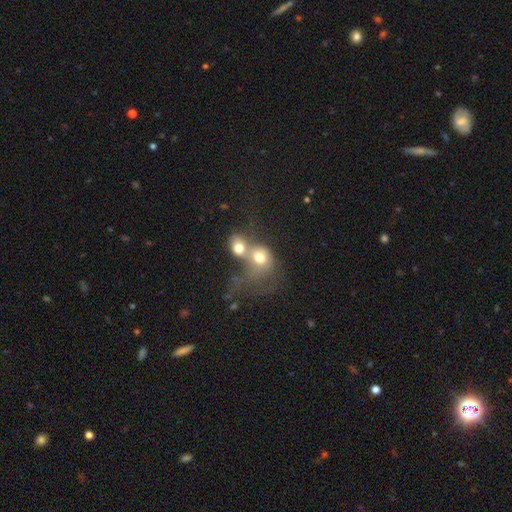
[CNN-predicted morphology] Q: Smooth or featured?
A: smooth (58%); runner-up: featured or disk (26%)
Q: How rounded?
A: round (68%); runner-up: in between (31%)
Q: Merging?
A: merger (73%); runner-up: none (12%)